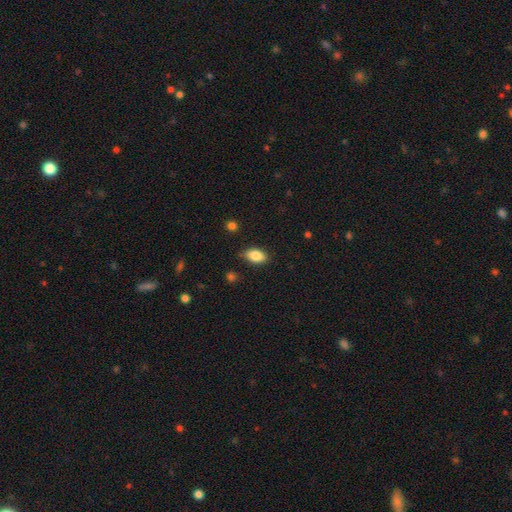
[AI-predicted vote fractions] This is clearly a smooth galaxy (85%). How rounded: clearly in between (89%). Merging: likely none (79%).